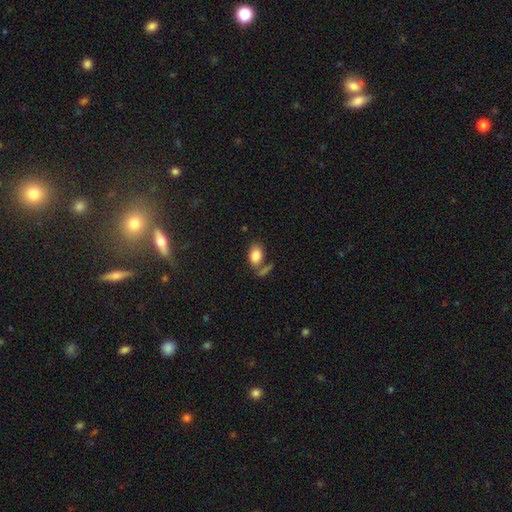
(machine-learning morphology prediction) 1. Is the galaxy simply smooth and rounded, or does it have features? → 83% smooth, 9% featured or disk, 8% star or artifact.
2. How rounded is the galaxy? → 88% in between, 10% round, 2% cigar-shaped.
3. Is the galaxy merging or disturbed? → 57% none, 24% merger, 14% minor disturbance, 6% major disturbance.